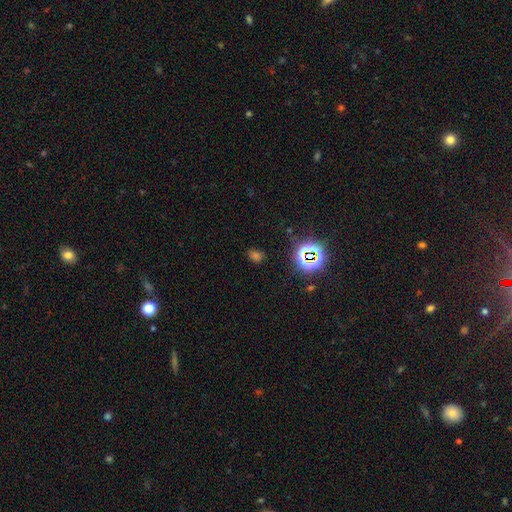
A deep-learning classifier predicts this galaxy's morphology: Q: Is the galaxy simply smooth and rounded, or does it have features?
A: star or artifact — 50%.